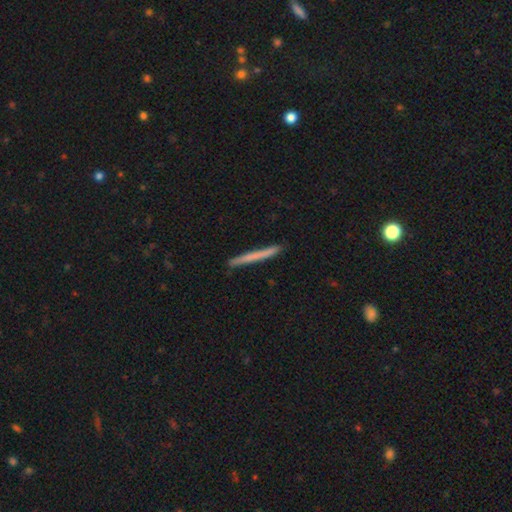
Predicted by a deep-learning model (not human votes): Smooth or featured: smooth — 61% (featured or disk — 33%)
How rounded: cigar-shaped — 97% (in between — 2%)
Merging: none — 91% (minor disturbance — 6%)